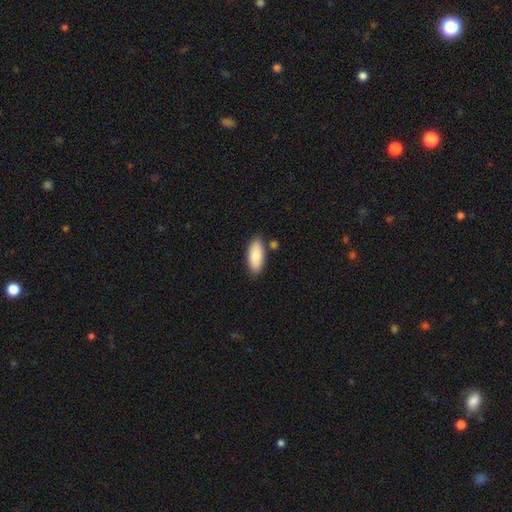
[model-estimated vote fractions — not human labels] Smooth or featured? smooth (85%)
How rounded? in between (87%)
Merging? none (81%)